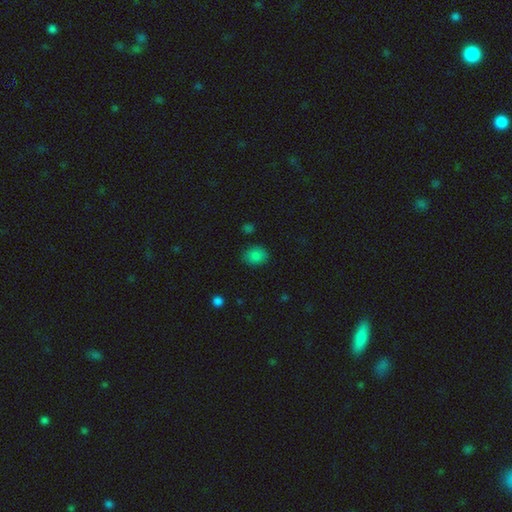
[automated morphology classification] This is clearly a smooth galaxy (84%). How rounded: possibly round (55%). Merging: clearly none (81%).